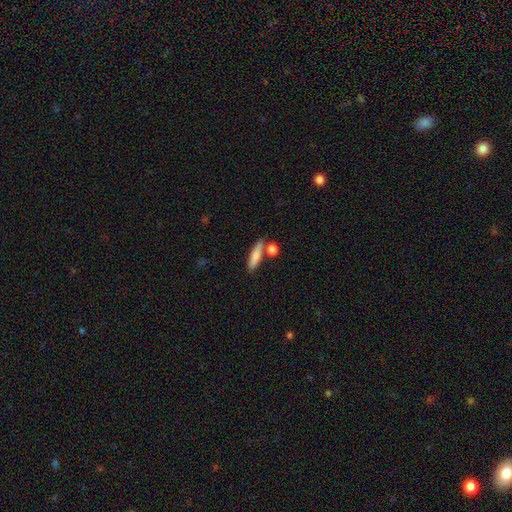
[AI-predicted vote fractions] The model was most divided on "how rounded": cigar-shaped: 64%, in between: 30%, round: 6%. More confident: smooth or featured — smooth (79%); merging — none (68%).